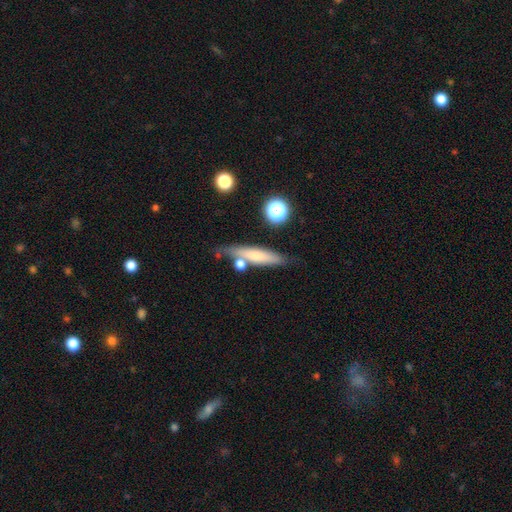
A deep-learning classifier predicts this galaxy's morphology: smooth-or-featured: smooth: 63% | featured or disk: 29% | star or artifact: 8%
  how-rounded: cigar-shaped: 80% | in between: 17% | round: 4%
  merging: none: 65% | minor disturbance: 17% | merger: 12% | major disturbance: 6%